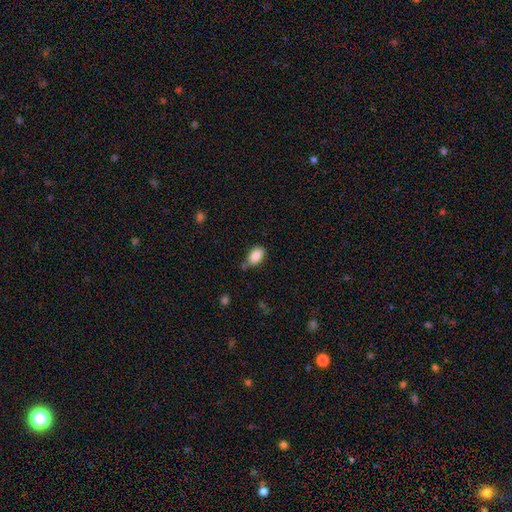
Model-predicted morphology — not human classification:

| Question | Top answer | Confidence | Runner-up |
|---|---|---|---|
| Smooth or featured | smooth | 87% | star or artifact (8%) |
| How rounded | in between | 89% | round (9%) |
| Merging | none | 71% | minor disturbance (18%) |